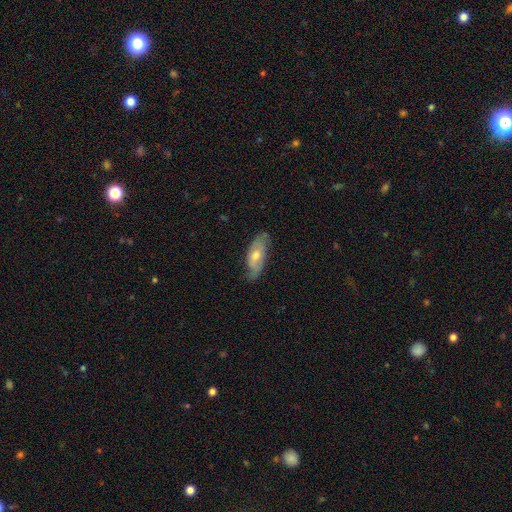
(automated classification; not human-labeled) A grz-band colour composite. It shows a featured or disk galaxy (49%). Merging: none (71%).